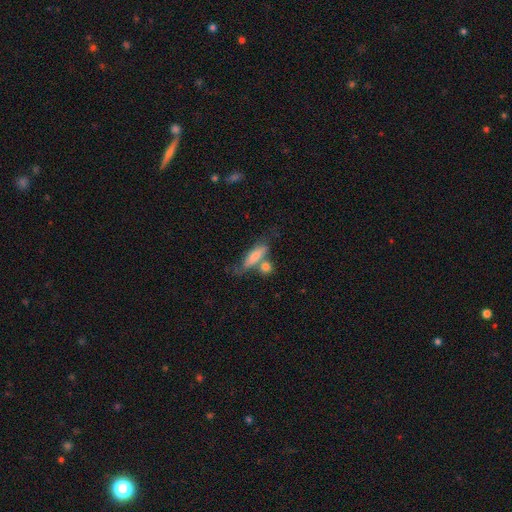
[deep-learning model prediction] smooth_or_featured: smooth (p=0.70) [alt: featured or disk p=0.23]
how_rounded: in between (p=0.49) [alt: cigar-shaped p=0.47]
merging: none (p=0.41) [alt: merger p=0.32]